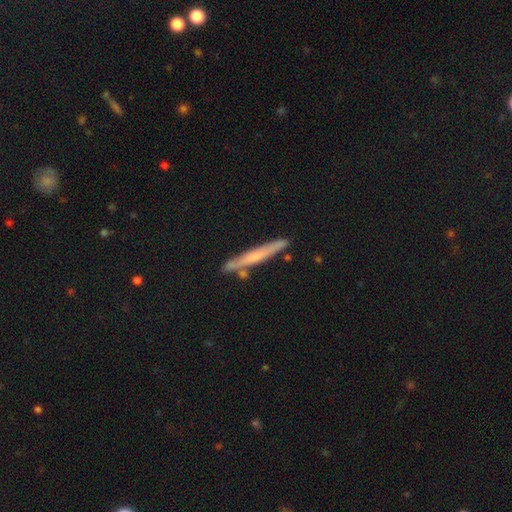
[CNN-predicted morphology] A featured or disk galaxy (52%) viewed edge-on (94%). Merging: none (80%).